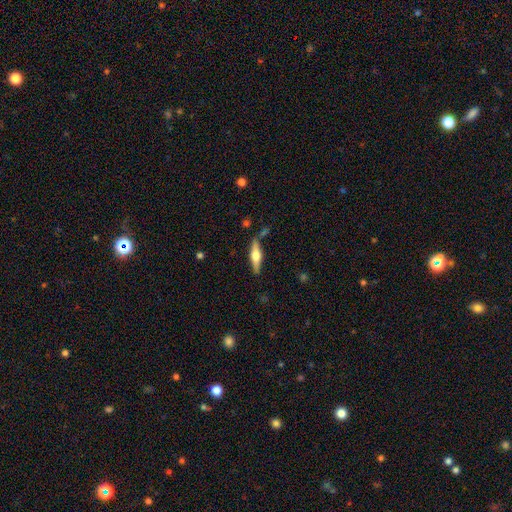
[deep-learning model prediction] The model was most divided on "smooth or featured": featured or disk: 57%, smooth: 37%, star or artifact: 6%. More confident: edge-on disk — yes (95%); edge-on bulge — rounded (92%); merging — none (81%).